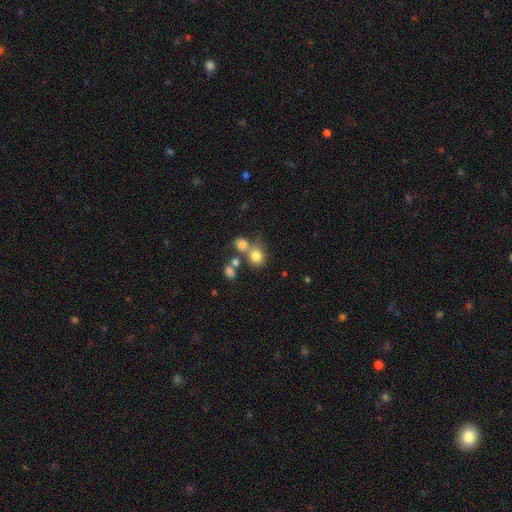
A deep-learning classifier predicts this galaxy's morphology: Q: Smooth or featured?
A: smooth (77%); runner-up: star or artifact (12%)
Q: How rounded?
A: round (77%); runner-up: in between (22%)
Q: Merging?
A: none (45%); runner-up: merger (38%)